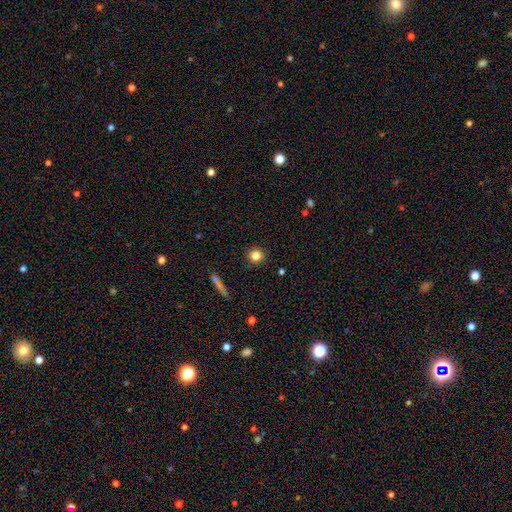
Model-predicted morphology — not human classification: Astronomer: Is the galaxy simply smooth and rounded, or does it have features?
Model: smooth — 82%.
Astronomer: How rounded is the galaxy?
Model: round — 92%.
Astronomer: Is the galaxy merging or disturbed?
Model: none — 90%.